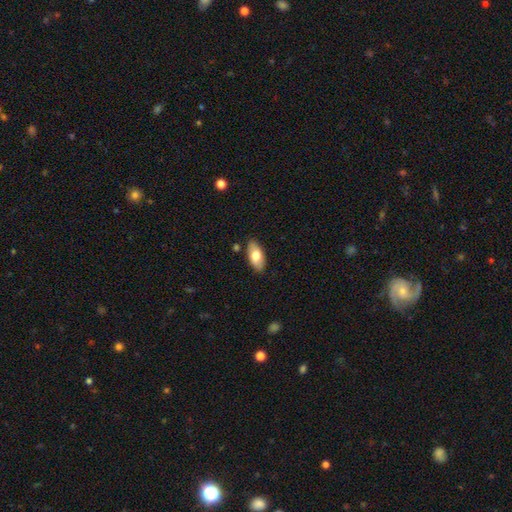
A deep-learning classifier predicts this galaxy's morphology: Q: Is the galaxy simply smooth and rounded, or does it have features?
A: smooth — 74%.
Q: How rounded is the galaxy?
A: in between — 91%.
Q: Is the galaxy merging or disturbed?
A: none — 85%.